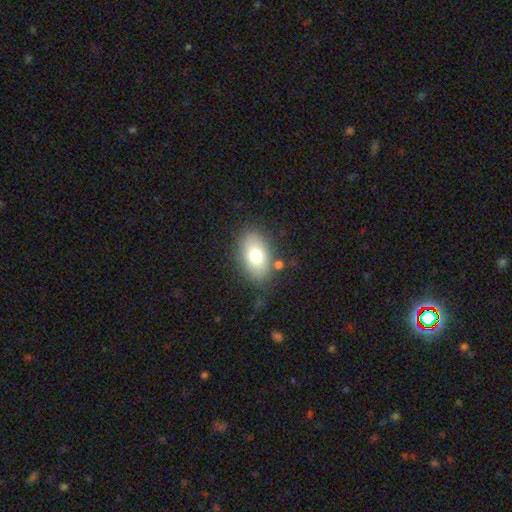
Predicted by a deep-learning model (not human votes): Morphology: type=smooth (77%); roundness=in between (91%); merging=none (79%).